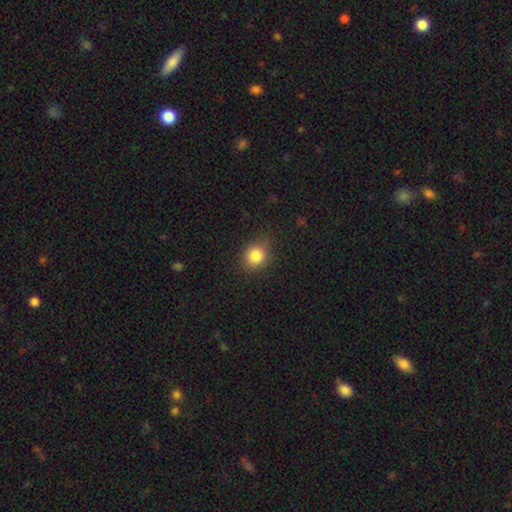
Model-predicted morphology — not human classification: The model was most divided on "how rounded": round: 75%, in between: 24%, cigar-shaped: 1%. More confident: smooth or featured — smooth (84%); merging — none (81%).